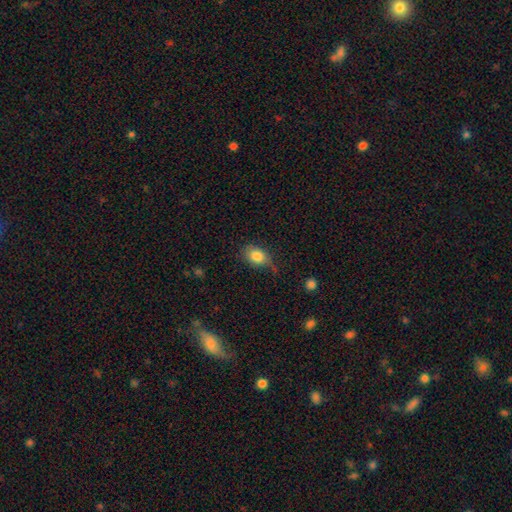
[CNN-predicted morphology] smooth_or_featured: smooth (p=0.83) [alt: star or artifact p=0.09]
how_rounded: in between (p=0.69) [alt: round p=0.29]
merging: none (p=0.60) [alt: minor disturbance p=0.29]